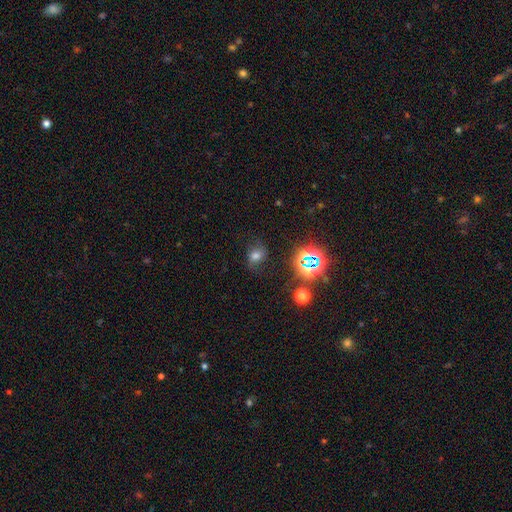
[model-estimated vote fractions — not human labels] Overall: smooth (58%; star or artifact 28%). How rounded: in between (52%; round 47%). Merging: none (69%).